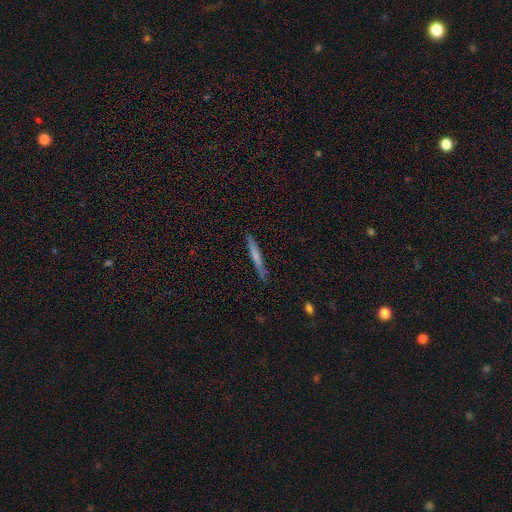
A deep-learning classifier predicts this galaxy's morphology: Q: Smooth or featured?
A: smooth (56%); runner-up: featured or disk (38%)
Q: How rounded?
A: cigar-shaped (96%); runner-up: in between (3%)
Q: Merging?
A: none (88%); runner-up: minor disturbance (9%)